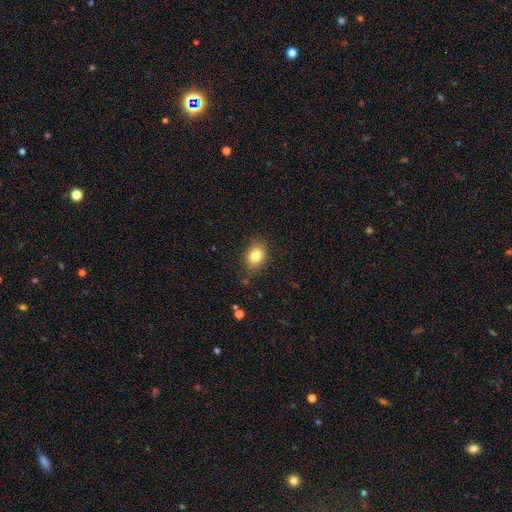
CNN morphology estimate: Smooth or featured?
  - smooth: 82% *
  - star or artifact: 10%
  - featured or disk: 8%
How rounded?
  - in between: 57% *
  - round: 42%
  - cigar-shaped: 1%
Merging?
  - none: 82% *
  - minor disturbance: 13%
  - major disturbance: 3%
  - merger: 2%